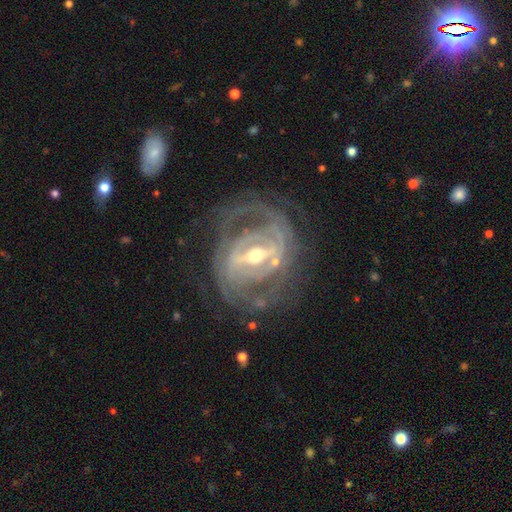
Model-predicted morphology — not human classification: A featured or disk galaxy (91%) with a strong bar (69%), 2 (36%) tight (56%) spiral arms (94%) and a moderate central bulge (56%). Merging: none (66%).